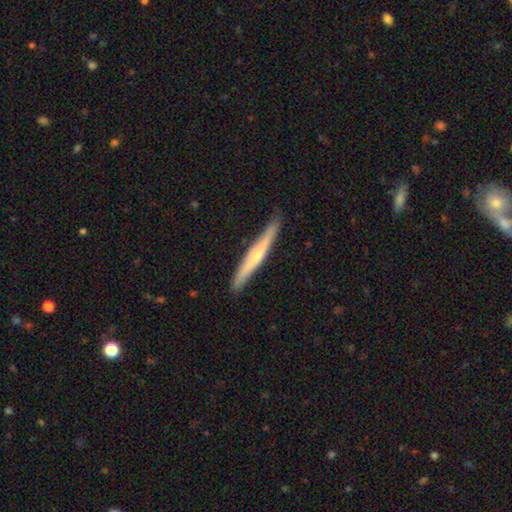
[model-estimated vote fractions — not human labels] This is possibly a featured or disk galaxy (50%). It is clearly viewed edge-on (95%). Merging: clearly none (86%).